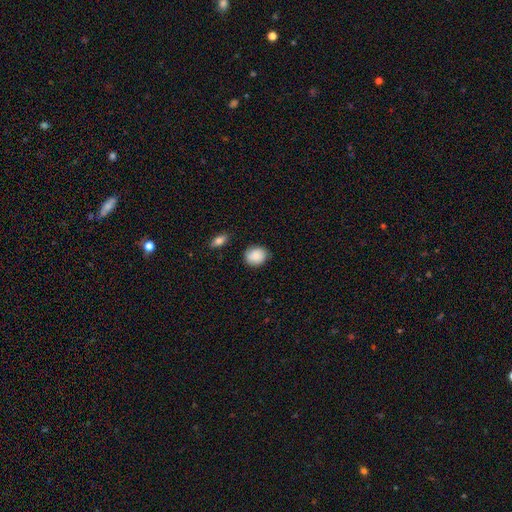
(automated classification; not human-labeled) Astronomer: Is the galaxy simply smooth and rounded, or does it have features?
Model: smooth — 84%.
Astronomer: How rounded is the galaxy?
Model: round — 67%.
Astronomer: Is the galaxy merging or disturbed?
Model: none — 81%.